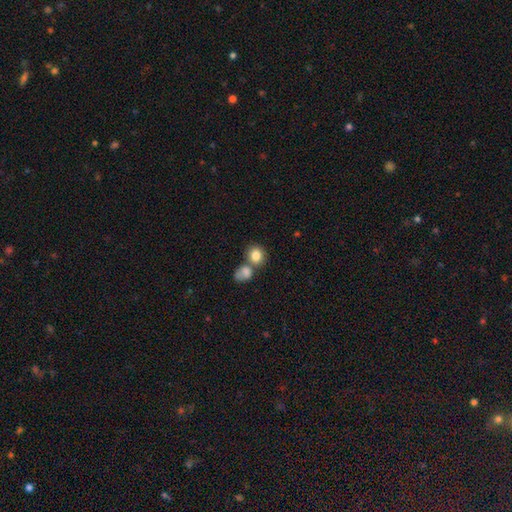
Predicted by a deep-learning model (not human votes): smooth 83%, star or artifact 9%, featured or disk 8%. Down the decision tree: how rounded — round (70%); merging — none (45%).